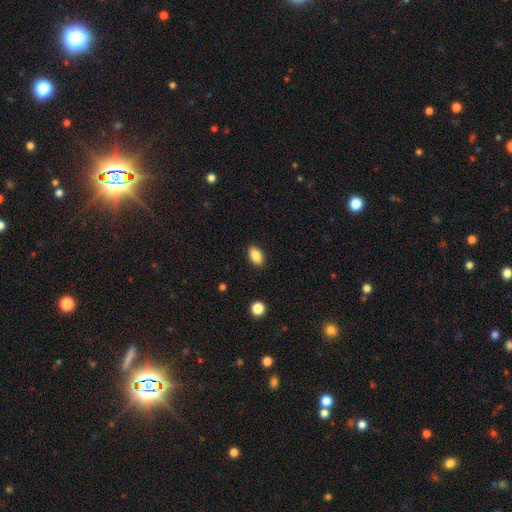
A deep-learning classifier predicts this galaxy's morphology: type=smooth (85%); roundness=in between (90%); merging=none (88%).